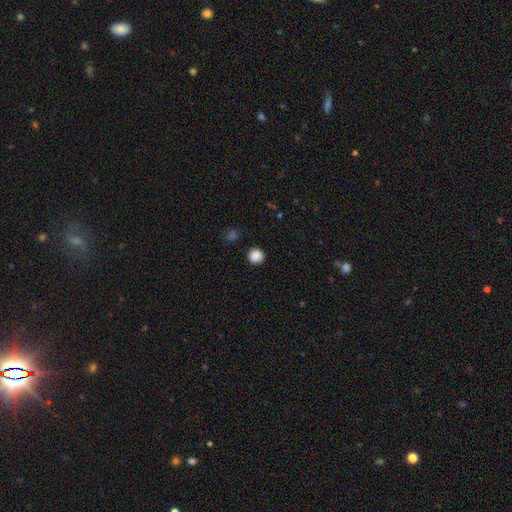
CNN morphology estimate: Smooth or featured?
  - smooth: 87% *
  - star or artifact: 10%
  - featured or disk: 3%
How rounded?
  - round: 94% *
  - in between: 5%
  - cigar-shaped: 1%
Merging?
  - none: 92% *
  - minor disturbance: 5%
  - major disturbance: 2%
  - merger: 1%